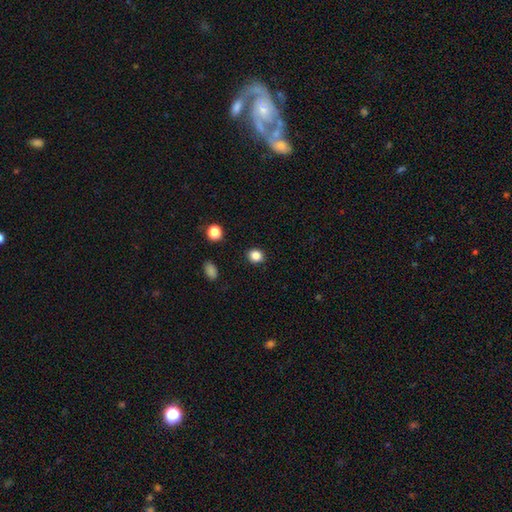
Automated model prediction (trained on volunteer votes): Smooth or featured: smooth — 85% (star or artifact — 11%)
How rounded: round — 74% (in between — 25%)
Merging: none — 90% (minor disturbance — 7%)